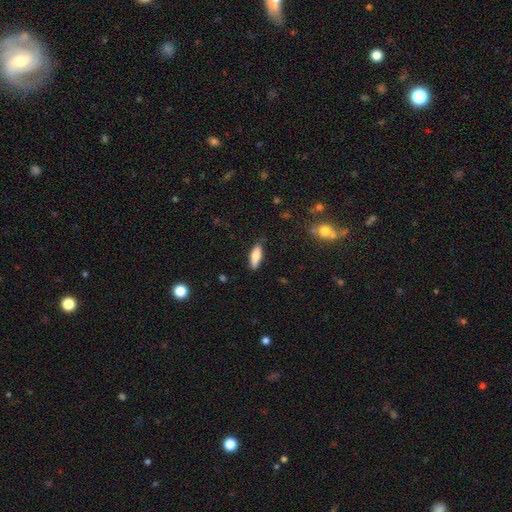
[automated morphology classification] smooth 76%, featured or disk 17%, star or artifact 6%. Down the decision tree: how rounded — in between (54%); merging — none (82%).